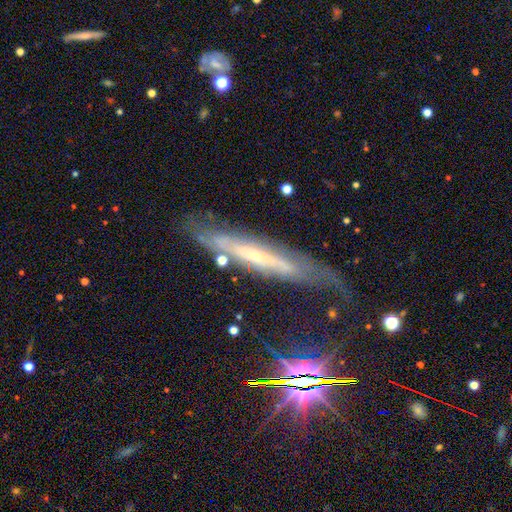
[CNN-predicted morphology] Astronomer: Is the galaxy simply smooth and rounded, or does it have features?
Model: featured or disk — 74%.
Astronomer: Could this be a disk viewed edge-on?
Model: yes — 62% (runner-up: no, 38%).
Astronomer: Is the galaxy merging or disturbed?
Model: none — 64%.